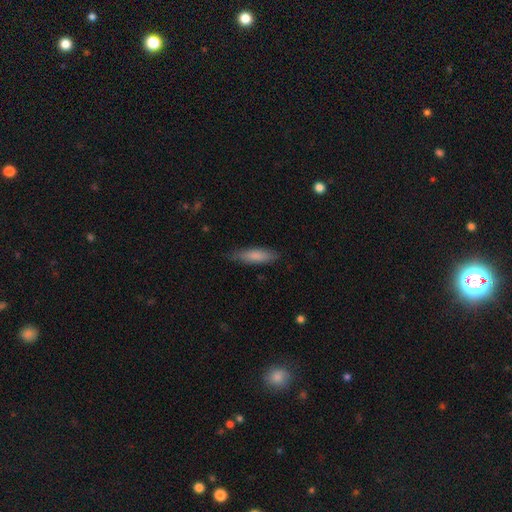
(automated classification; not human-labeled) Smooth or featured? smooth (82%)
How rounded? cigar-shaped (59%)
Merging? none (79%)